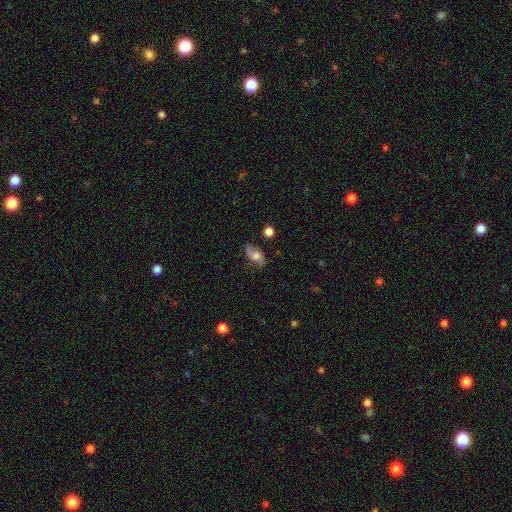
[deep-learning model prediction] Smooth or featured? smooth (45%, tied with featured or disk)
Merging? none (62%)